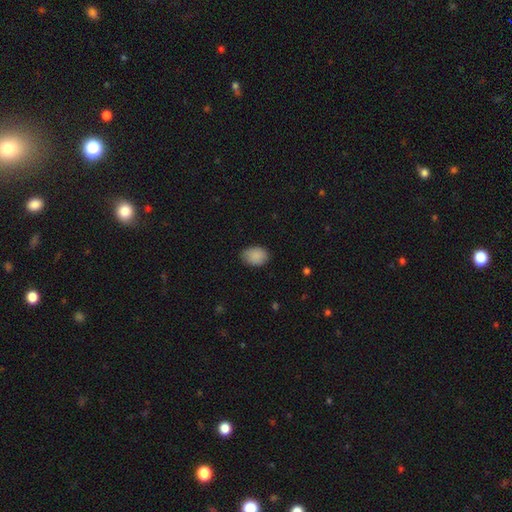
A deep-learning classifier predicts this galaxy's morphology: Smooth or featured?
  - smooth: 88% *
  - star or artifact: 8%
  - featured or disk: 4%
How rounded?
  - in between: 76% *
  - round: 23%
  - cigar-shaped: 1%
Merging?
  - none: 79% *
  - minor disturbance: 17%
  - major disturbance: 3%
  - merger: 1%